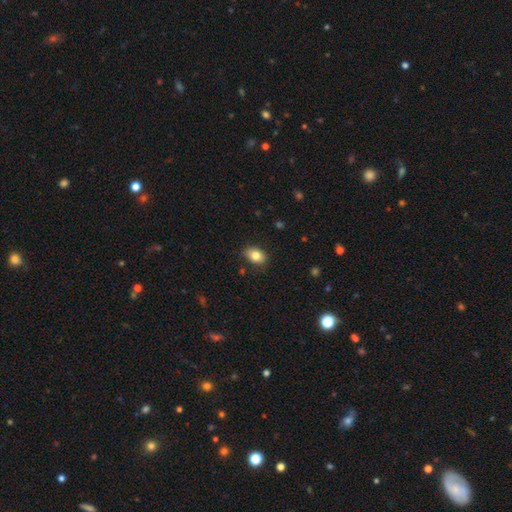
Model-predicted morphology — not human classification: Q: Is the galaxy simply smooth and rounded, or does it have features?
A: smooth — 83%.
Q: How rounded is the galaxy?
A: in between — 80%.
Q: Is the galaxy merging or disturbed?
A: none — 78%.